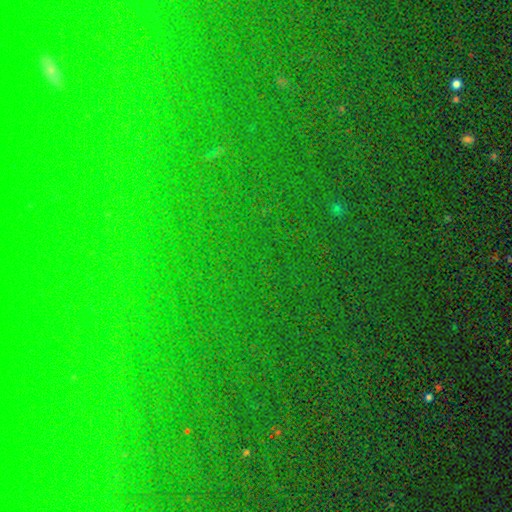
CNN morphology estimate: Smooth or featured? star or artifact (79%)